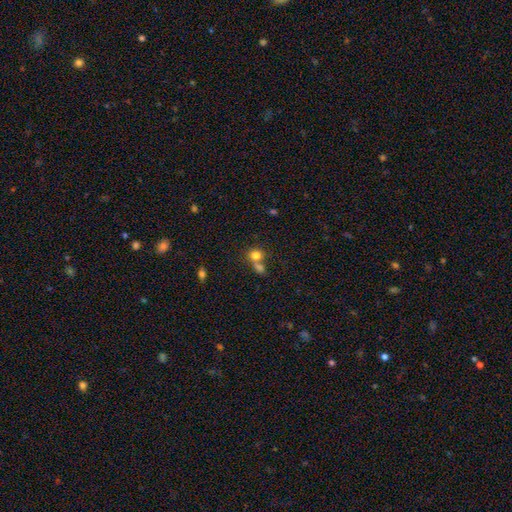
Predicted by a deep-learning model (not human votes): A smooth galaxy with no disk features (78%) that is round (79%). Merging: merger (47%).